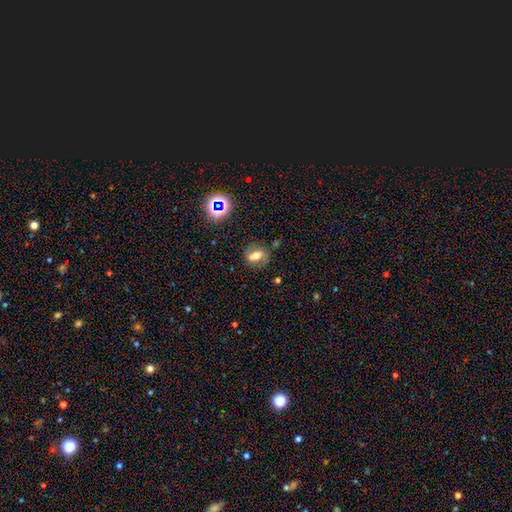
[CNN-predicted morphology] Smooth or featured? Predicted: smooth (p=0.46). Merging? Predicted: none (p=0.68).